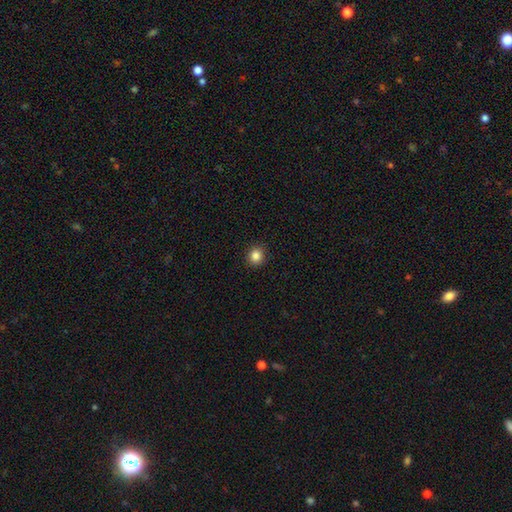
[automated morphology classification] Smooth or featured?
  - smooth: 85% *
  - star or artifact: 11%
  - featured or disk: 4%
How rounded?
  - round: 89% *
  - in between: 10%
  - cigar-shaped: 1%
Merging?
  - none: 92% *
  - minor disturbance: 5%
  - major disturbance: 2%
  - merger: 1%